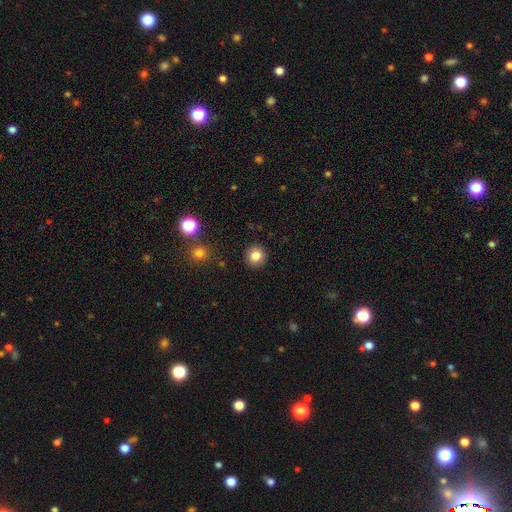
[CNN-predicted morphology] smooth 83%, star or artifact 11%, featured or disk 6%. Down the decision tree: how rounded — round (92%); merging — none (91%).